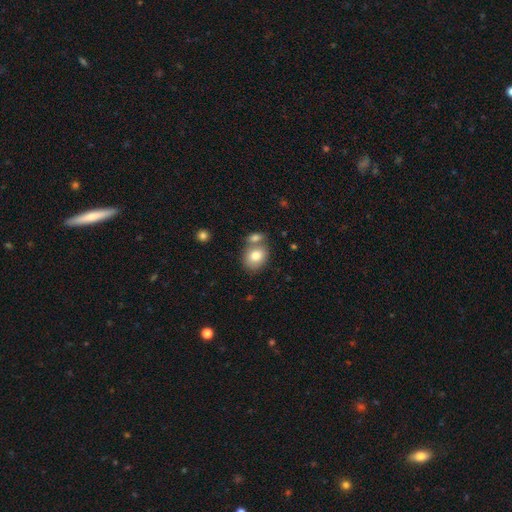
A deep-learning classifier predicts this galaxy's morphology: This is likely a smooth galaxy (79%). How rounded: possibly in between (57%). Merging: possibly none (49%).